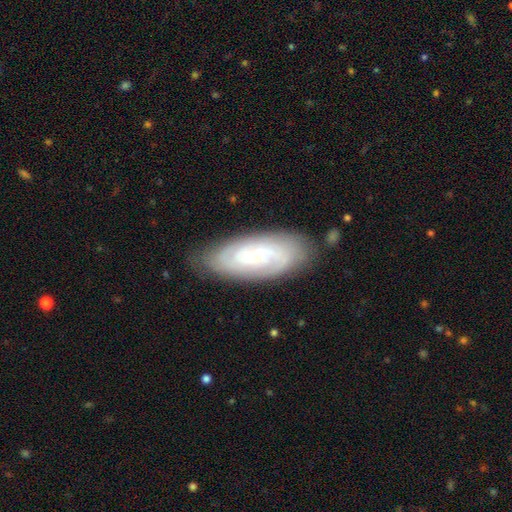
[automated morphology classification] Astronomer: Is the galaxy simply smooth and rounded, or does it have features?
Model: featured or disk — 73%.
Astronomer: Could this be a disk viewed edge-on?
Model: no — 92%.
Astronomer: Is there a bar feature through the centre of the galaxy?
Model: no — 48% (runner-up: weak, 41%).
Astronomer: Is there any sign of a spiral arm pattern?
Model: yes — 93%.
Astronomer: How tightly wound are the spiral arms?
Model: tight — 59%.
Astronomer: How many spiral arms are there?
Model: can't tell — 37% (runner-up: 2, 34%).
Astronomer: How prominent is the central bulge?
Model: small — 72%.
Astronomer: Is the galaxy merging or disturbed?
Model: none — 80%.